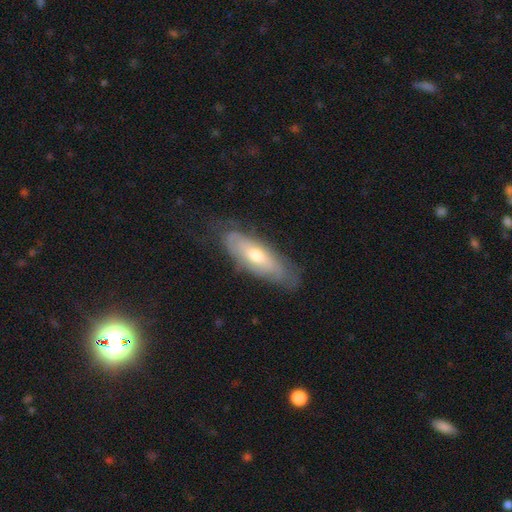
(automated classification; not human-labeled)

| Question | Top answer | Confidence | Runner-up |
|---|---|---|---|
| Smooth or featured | featured or disk | 57% | smooth (36%) |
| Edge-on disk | no | 70% | yes (30%) |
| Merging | none | 70% | minor disturbance (22%) |